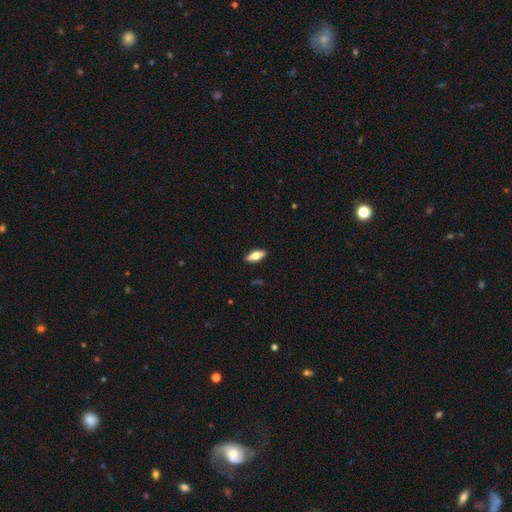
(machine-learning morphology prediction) The model was most divided on "smooth or featured": smooth: 62%, featured or disk: 32%, star or artifact: 7%. More confident: merging — none (89%); how rounded — in between (73%).